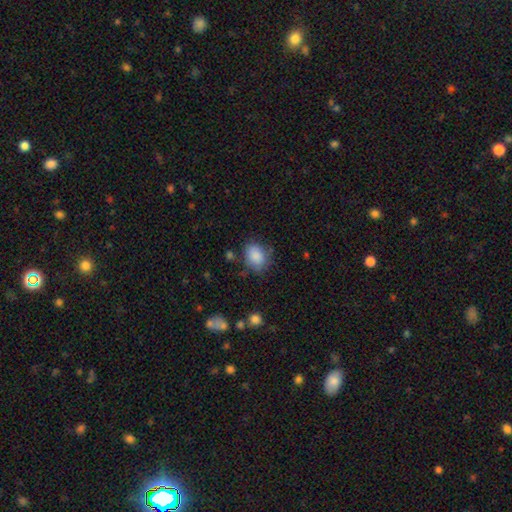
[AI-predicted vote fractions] Smooth or featured: smooth — 86% (star or artifact — 8%)
How rounded: in between — 60% (round — 39%)
Merging: none — 68% (minor disturbance — 21%)